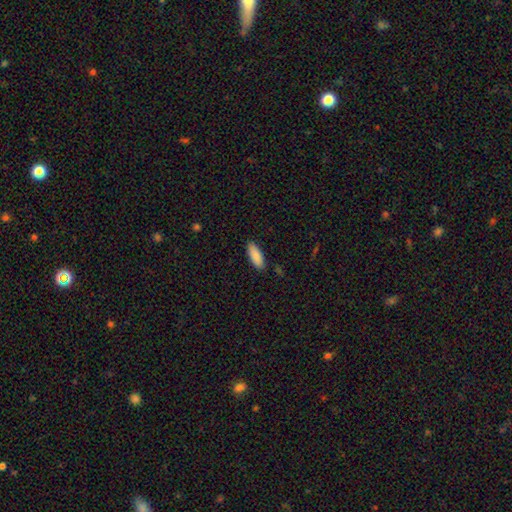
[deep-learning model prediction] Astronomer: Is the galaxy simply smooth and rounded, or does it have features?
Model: smooth — 89%.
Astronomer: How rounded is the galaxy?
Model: in between — 75%.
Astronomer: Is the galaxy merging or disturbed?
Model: none — 88%.